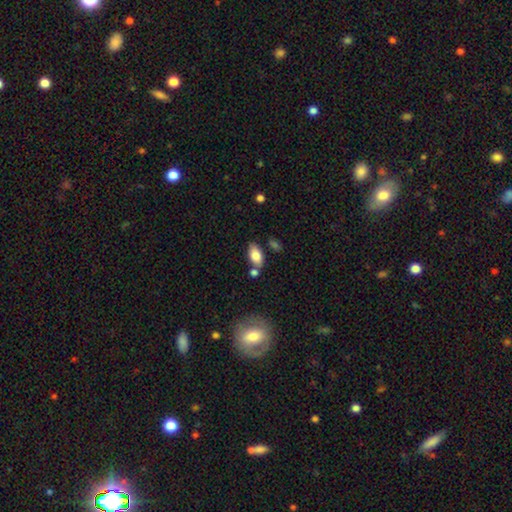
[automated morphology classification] Smooth or featured? Predicted: smooth (p=0.80). How rounded? Predicted: in between (p=0.92). Merging? Predicted: none (p=0.70).